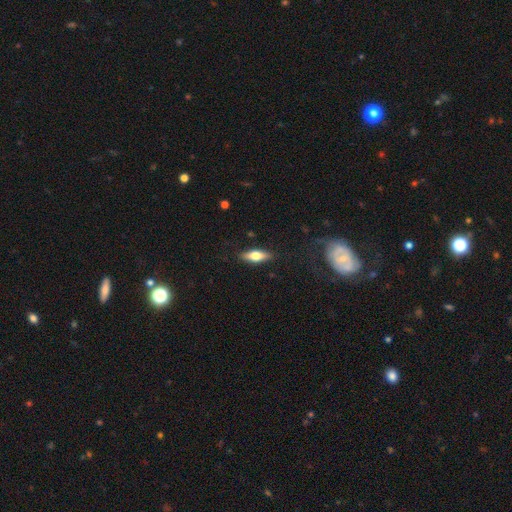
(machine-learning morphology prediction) A smooth galaxy with no disk features (58%) that is in between round and cigar-shaped (58%).

Vote fractions:
- Smooth or featured? smooth: 58% / featured or disk: 36% / star or artifact: 6%
- How rounded? in between: 58% / cigar-shaped: 39% / round: 3%
- Merging? none: 86% / minor disturbance: 10% / major disturbance: 2% / merger: 1%